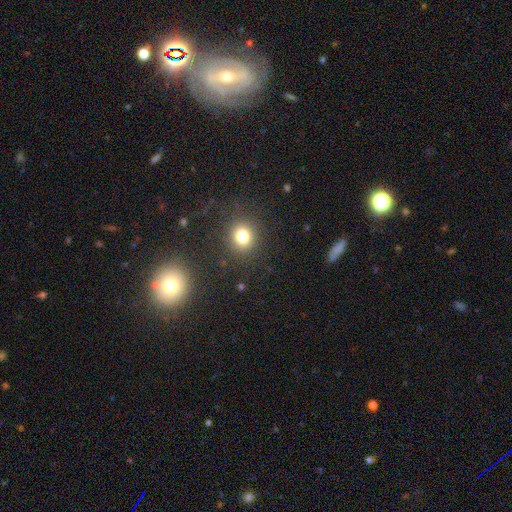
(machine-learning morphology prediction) This is possibly a smooth galaxy (55%). How rounded: clearly round (81%). Merging: clearly none (86%).